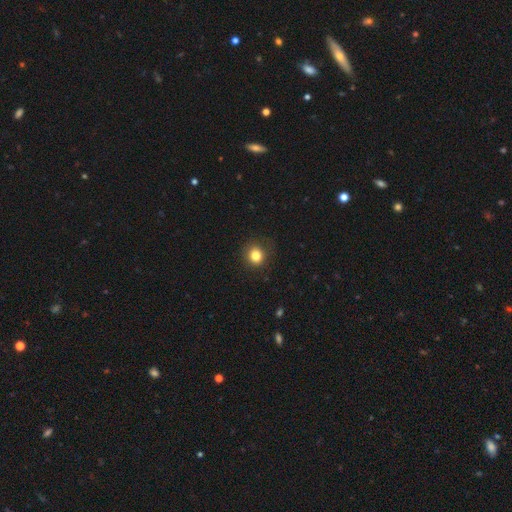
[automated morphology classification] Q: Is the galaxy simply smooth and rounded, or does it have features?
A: smooth — 82%.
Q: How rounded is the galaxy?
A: round — 86%.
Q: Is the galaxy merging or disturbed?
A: none — 85%.